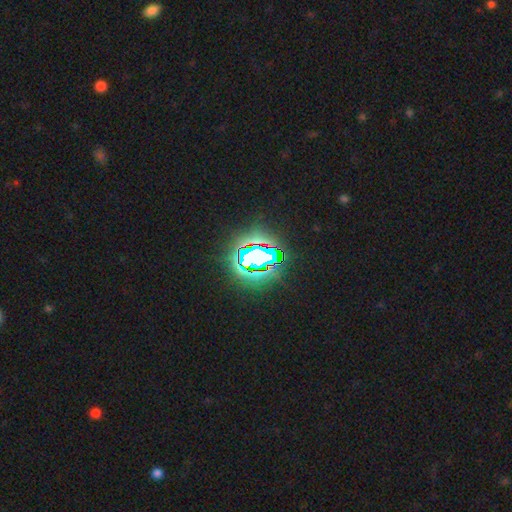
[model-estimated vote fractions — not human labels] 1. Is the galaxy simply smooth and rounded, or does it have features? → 72% star or artifact, 16% smooth, 12% featured or disk.